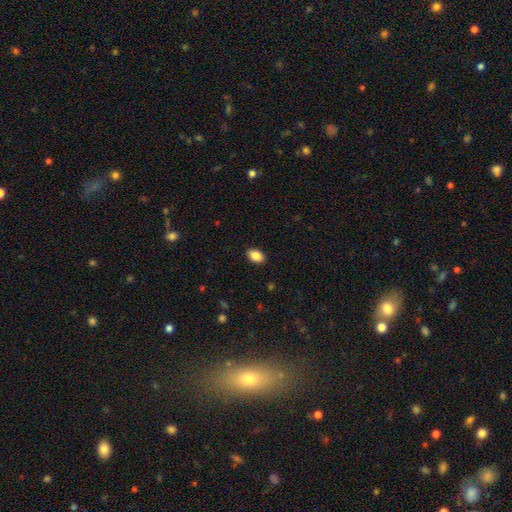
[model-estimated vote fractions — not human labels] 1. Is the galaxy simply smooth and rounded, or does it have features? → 87% smooth, 8% star or artifact, 5% featured or disk.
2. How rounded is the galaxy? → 88% in between, 11% round, 1% cigar-shaped.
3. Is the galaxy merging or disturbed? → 90% none, 7% minor disturbance, 2% major disturbance, 1% merger.